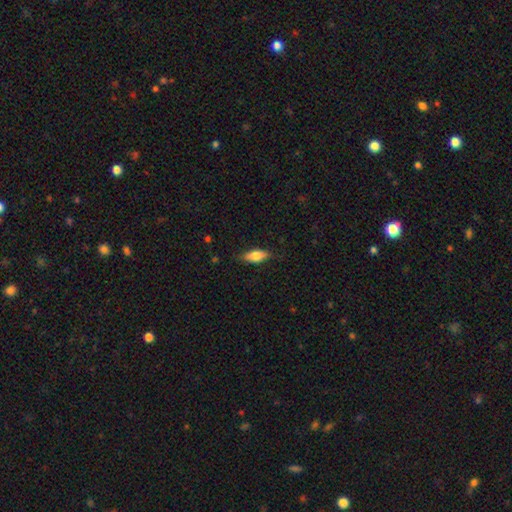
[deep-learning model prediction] Smooth or featured? Predicted: smooth (p=0.72). How rounded? Predicted: in between (p=0.78). Merging? Predicted: none (p=0.78).